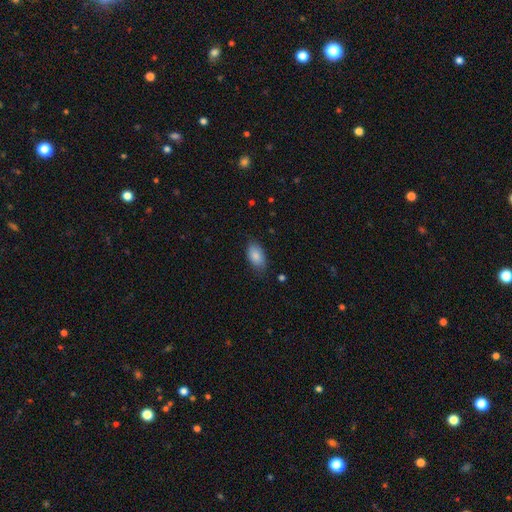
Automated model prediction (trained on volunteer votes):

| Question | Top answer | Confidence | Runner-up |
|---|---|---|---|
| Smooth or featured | smooth | 85% | featured or disk (8%) |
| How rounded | in between | 92% | round (6%) |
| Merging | none | 75% | minor disturbance (20%) |